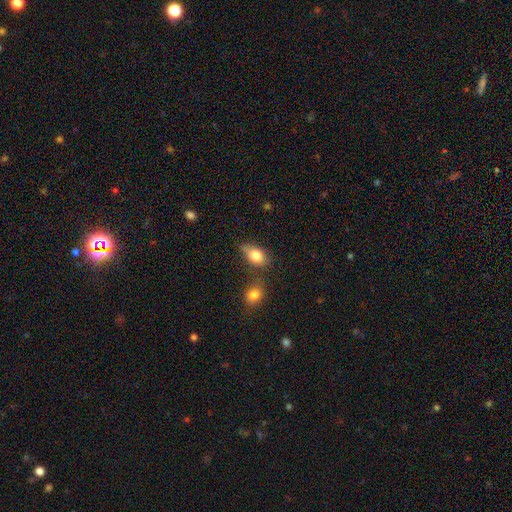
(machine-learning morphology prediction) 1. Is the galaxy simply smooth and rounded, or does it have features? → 81% smooth, 10% featured or disk, 8% star or artifact.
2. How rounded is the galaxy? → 79% in between, 18% round, 2% cigar-shaped.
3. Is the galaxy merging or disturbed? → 51% none, 25% minor disturbance, 16% merger, 7% major disturbance.